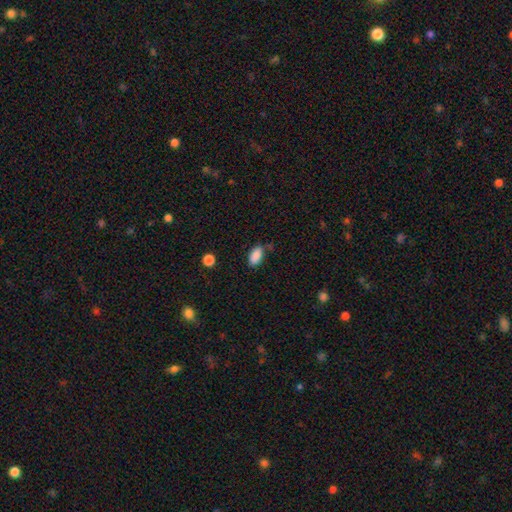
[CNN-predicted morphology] Q: Smooth or featured?
A: smooth (88%); runner-up: star or artifact (8%)
Q: How rounded?
A: in between (92%); runner-up: cigar-shaped (4%)
Q: Merging?
A: none (68%); runner-up: minor disturbance (22%)